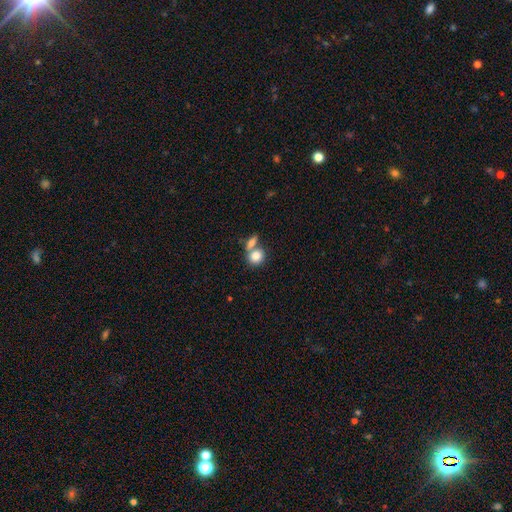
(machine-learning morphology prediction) Q: Smooth or featured?
A: smooth (82%); runner-up: featured or disk (9%)
Q: How rounded?
A: round (66%); runner-up: in between (32%)
Q: Merging?
A: merger (47%); runner-up: none (40%)